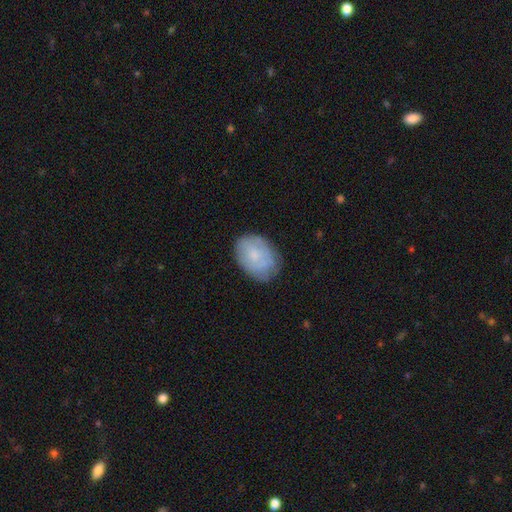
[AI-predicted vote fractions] A smooth galaxy with no disk features (66%) that is in between round and cigar-shaped (78%). Merging: none (72%).